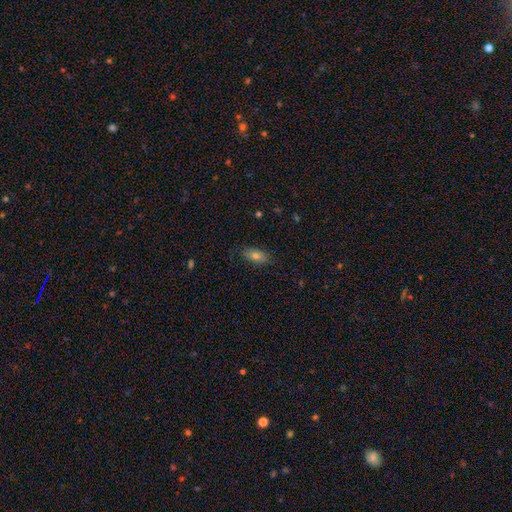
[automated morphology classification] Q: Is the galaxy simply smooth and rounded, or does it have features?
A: smooth — 77%.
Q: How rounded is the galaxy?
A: in between — 85%.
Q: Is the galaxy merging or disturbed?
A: none — 84%.